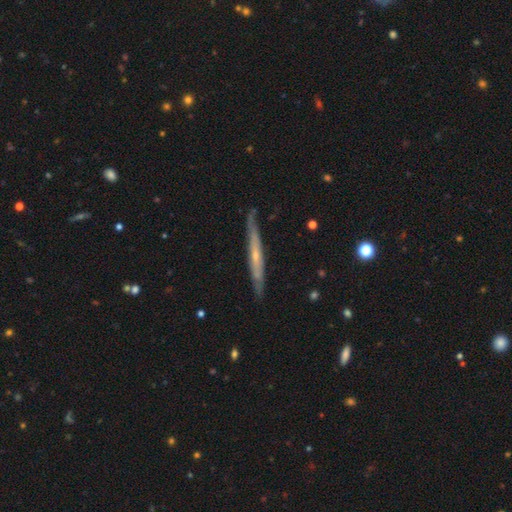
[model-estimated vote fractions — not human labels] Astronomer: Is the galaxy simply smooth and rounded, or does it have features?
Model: featured or disk — 67%.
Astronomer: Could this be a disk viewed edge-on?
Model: yes — 90%.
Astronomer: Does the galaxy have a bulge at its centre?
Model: none — 52% (runner-up: rounded, 44%).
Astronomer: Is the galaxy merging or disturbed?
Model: none — 81%.